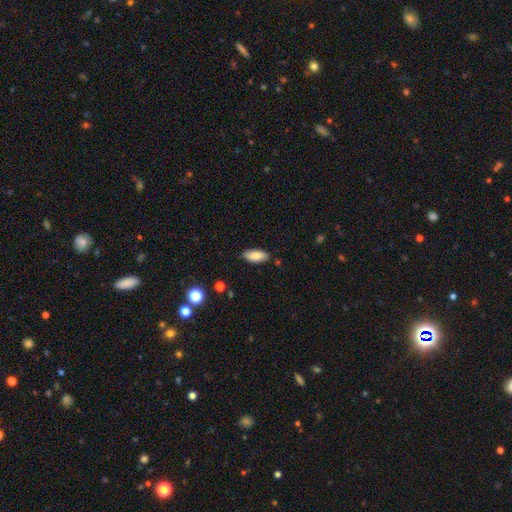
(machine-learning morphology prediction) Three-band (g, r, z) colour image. It shows a smooth galaxy with no disk features (84%) that is in between round and cigar-shaped (83%). Merging: none (85%).